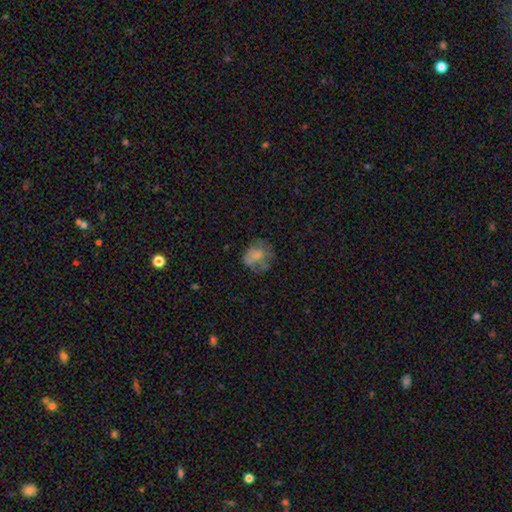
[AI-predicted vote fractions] Q: Smooth or featured?
A: smooth (57%); runner-up: featured or disk (32%)
Q: How rounded?
A: round (68%); runner-up: in between (31%)
Q: Merging?
A: none (52%); runner-up: minor disturbance (24%)